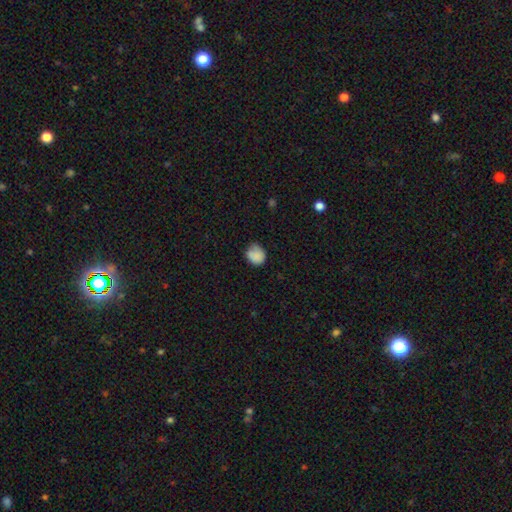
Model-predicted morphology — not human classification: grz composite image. It shows a smooth galaxy with no disk features (84%) that is round (70%). Merging: none (61%).